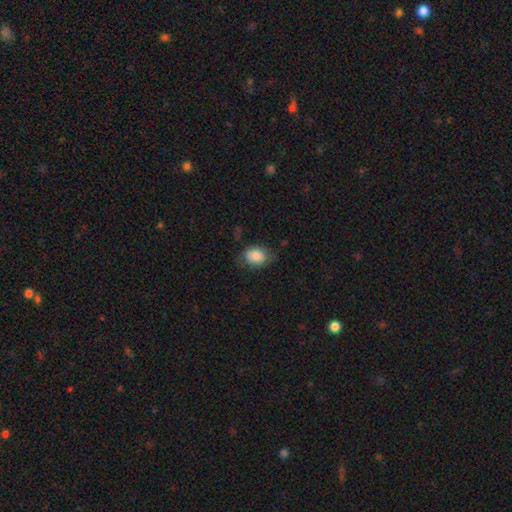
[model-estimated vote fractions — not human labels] The model was most divided on "how rounded": in between: 67%, round: 32%, cigar-shaped: 1%. More confident: smooth or featured — smooth (84%); merging — none (67%).